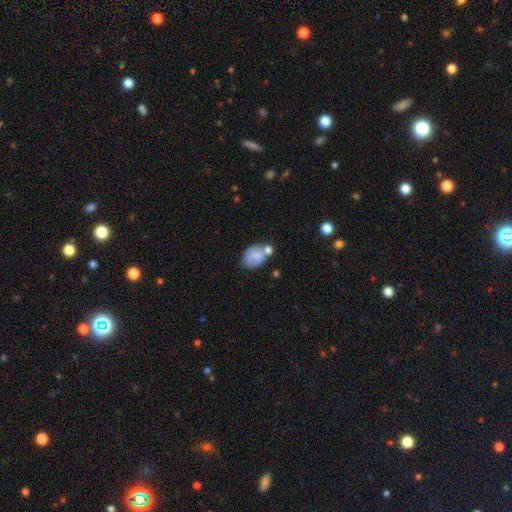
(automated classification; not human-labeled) Morphology: type=smooth (69%); roundness=in between (78%); merging=none (41%).